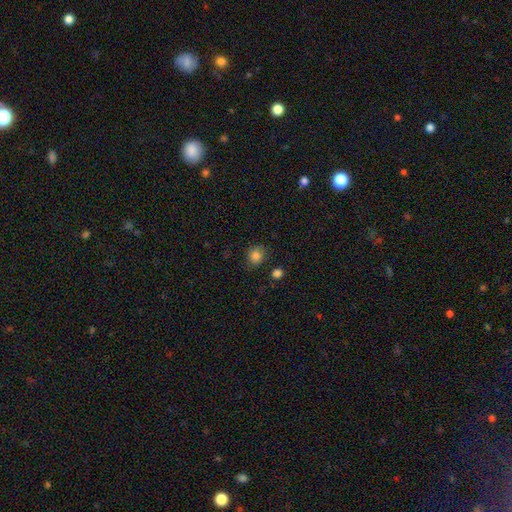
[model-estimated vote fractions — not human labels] A smooth galaxy with no disk features (84%) that is round (72%).

Vote fractions:
- Smooth or featured? smooth: 84% / star or artifact: 11% / featured or disk: 5%
- How rounded? round: 72% / in between: 27% / cigar-shaped: 1%
- Merging? none: 79% / minor disturbance: 14% / major disturbance: 4% / merger: 3%